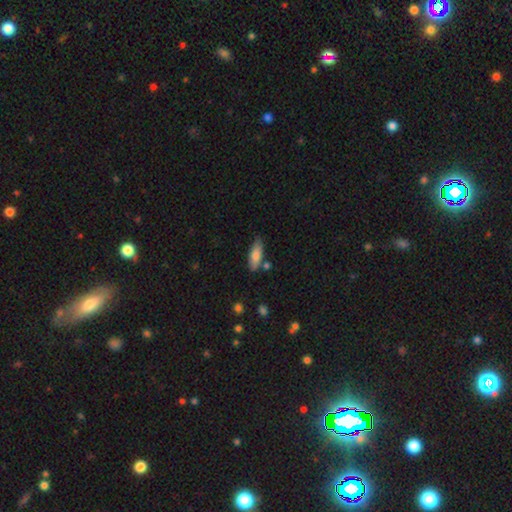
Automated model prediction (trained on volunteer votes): Q: Smooth or featured?
A: smooth (77%); runner-up: featured or disk (16%)
Q: How rounded?
A: in between (66%); runner-up: cigar-shaped (32%)
Q: Merging?
A: none (73%); runner-up: minor disturbance (17%)